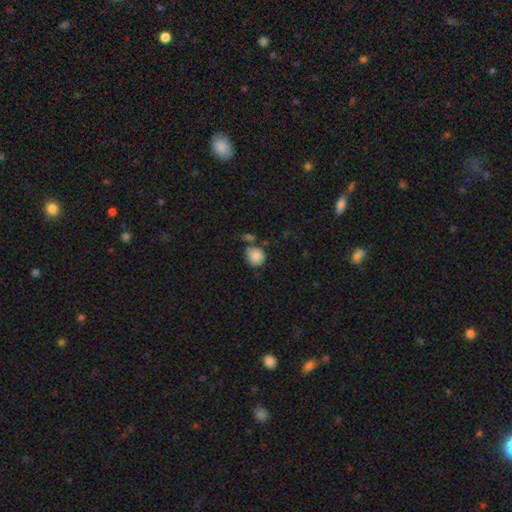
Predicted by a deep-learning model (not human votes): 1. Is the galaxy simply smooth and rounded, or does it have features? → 87% smooth, 8% star or artifact, 5% featured or disk.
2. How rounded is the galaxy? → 82% round, 17% in between, 1% cigar-shaped.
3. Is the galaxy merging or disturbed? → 58% none, 19% minor disturbance, 17% merger, 6% major disturbance.